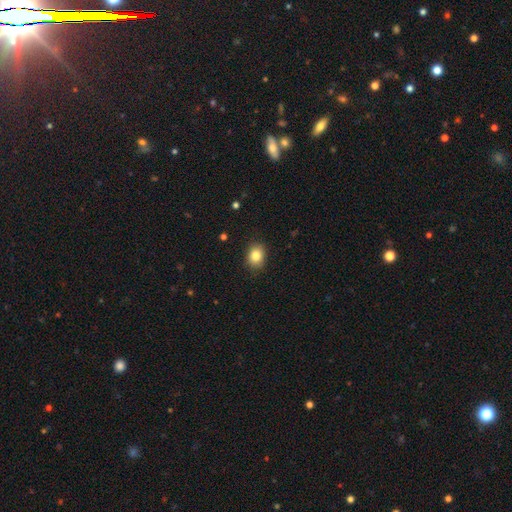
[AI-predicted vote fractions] Overall: smooth (84%). How rounded: in between (57%; round 42%). Merging: none (87%).